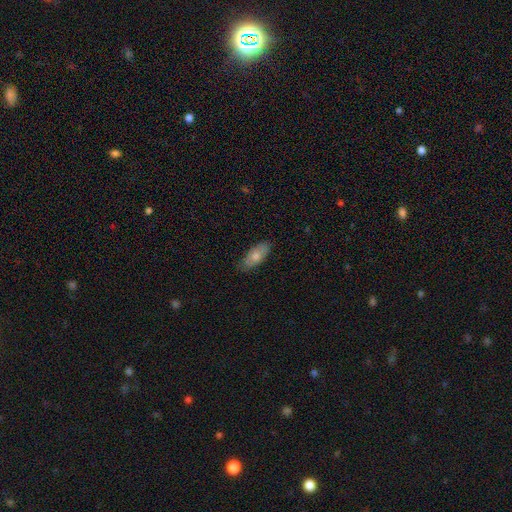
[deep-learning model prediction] This appears to be a smooth galaxy with no disk features (74%) that is in between round and cigar-shaped (82%). Merging: none (78%).